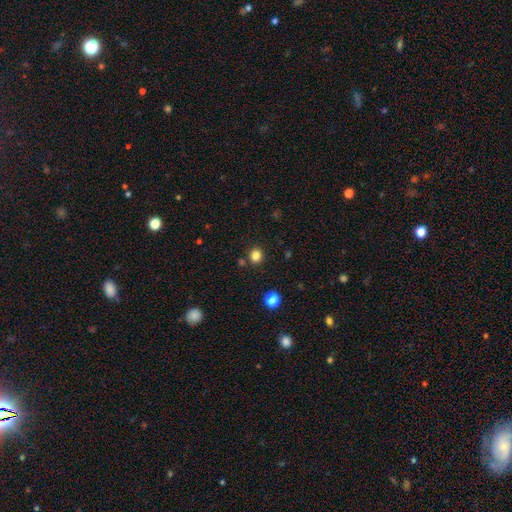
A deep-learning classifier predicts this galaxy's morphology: Smooth or featured: smooth — 82% (star or artifact — 14%)
How rounded: round — 86% (in between — 13%)
Merging: none — 87% (minor disturbance — 6%)